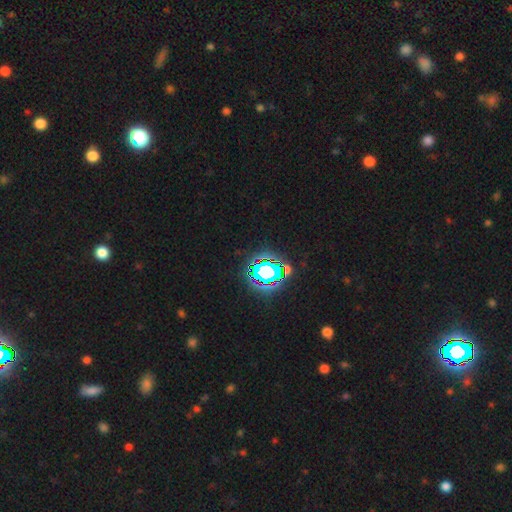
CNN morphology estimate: Overall: star or artifact (81%).